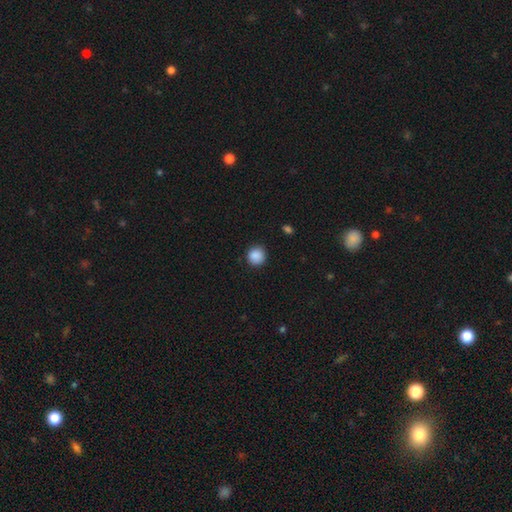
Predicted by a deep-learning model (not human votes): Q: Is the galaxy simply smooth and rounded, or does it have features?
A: smooth — 88%.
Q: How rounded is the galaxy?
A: round — 92%.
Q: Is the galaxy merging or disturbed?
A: none — 89%.